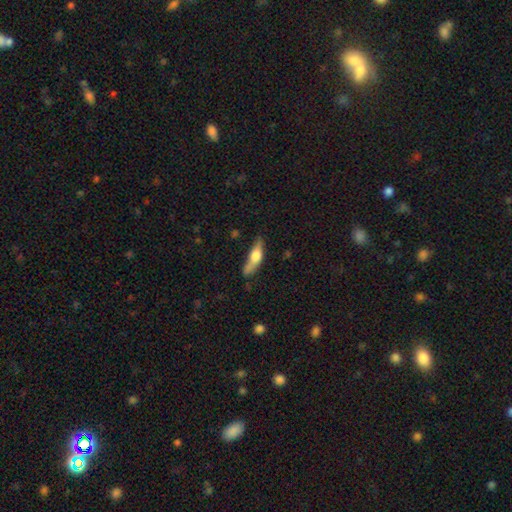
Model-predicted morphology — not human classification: Smooth or featured: smooth — 53% (featured or disk — 41%)
How rounded: cigar-shaped — 62% (in between — 35%)
Merging: none — 60% (minor disturbance — 25%)